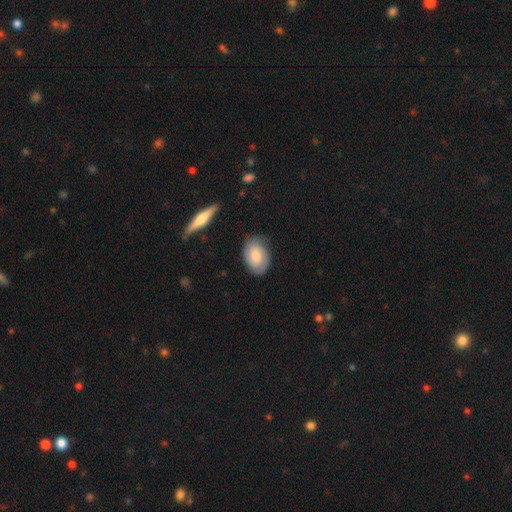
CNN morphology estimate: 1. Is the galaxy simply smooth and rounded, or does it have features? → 66% smooth, 27% featured or disk, 7% star or artifact.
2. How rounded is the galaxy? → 87% in between, 12% round, 2% cigar-shaped.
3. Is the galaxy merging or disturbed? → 79% none, 16% minor disturbance, 3% major disturbance, 2% merger.